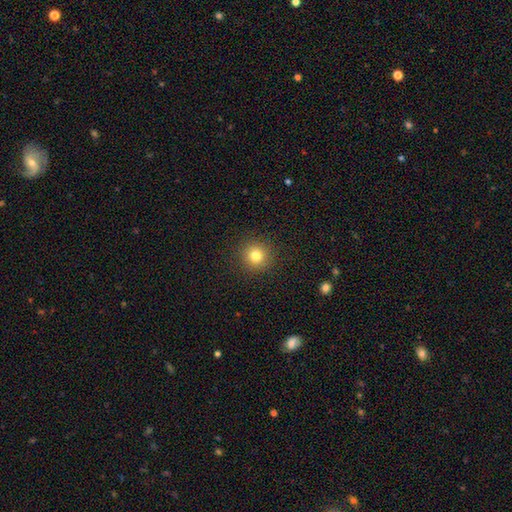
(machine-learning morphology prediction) Smooth or featured? Predicted: smooth (p=0.80). How rounded? Predicted: round (p=0.94). Merging? Predicted: none (p=0.91).